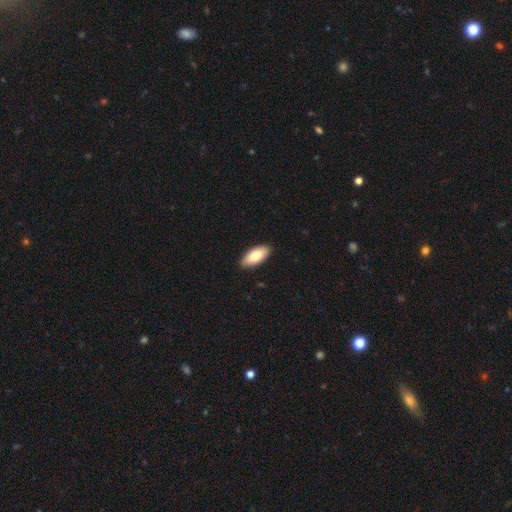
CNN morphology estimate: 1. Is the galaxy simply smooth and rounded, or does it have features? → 78% smooth, 16% featured or disk, 6% star or artifact.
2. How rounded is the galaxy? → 89% in between, 9% cigar-shaped, 2% round.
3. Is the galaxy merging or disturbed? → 90% none, 7% minor disturbance, 1% major disturbance, 1% merger.